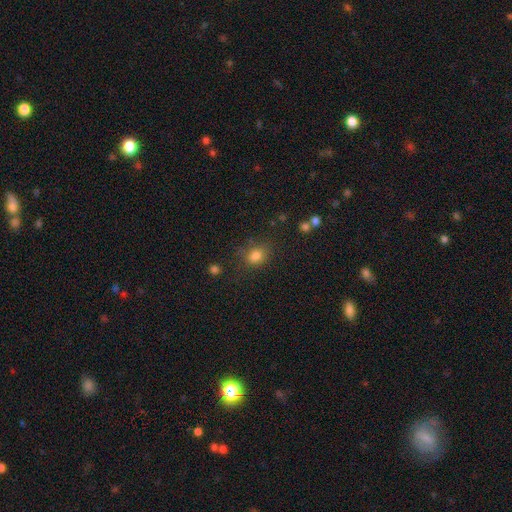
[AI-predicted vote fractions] The model was most divided on "how rounded": round: 52%, in between: 47%, cigar-shaped: 1%. More confident: smooth or featured — smooth (80%); merging — none (67%).